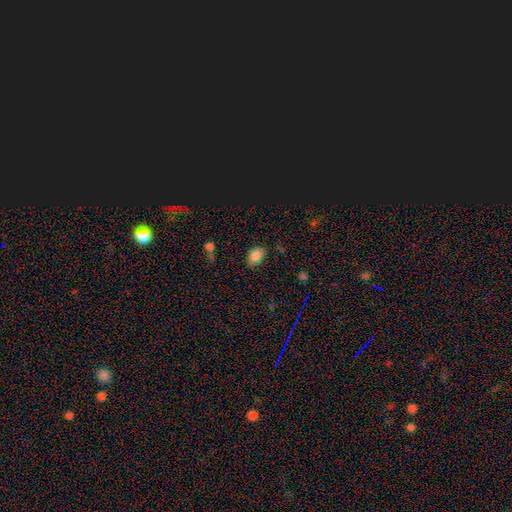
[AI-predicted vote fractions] Overall: smooth (84%). How rounded: in between (73%). Merging: none (79%).